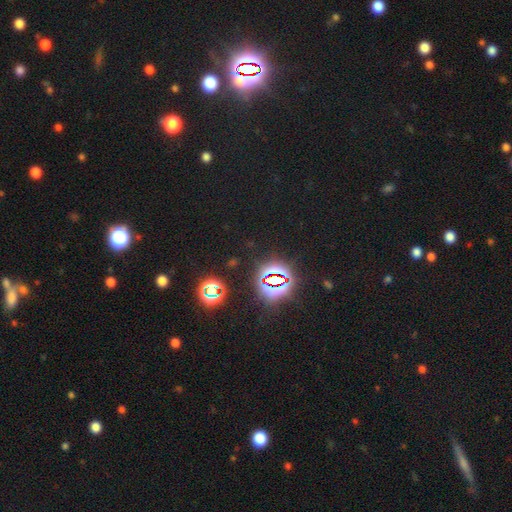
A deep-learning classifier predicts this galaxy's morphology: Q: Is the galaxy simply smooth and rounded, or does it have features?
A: star or artifact — 80%.